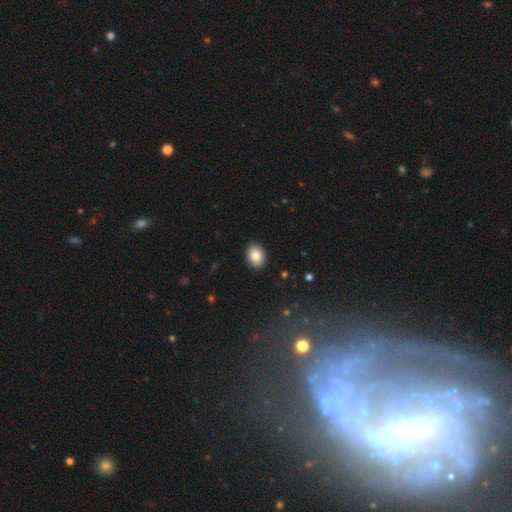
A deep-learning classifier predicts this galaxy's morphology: Smooth or featured?
  - smooth: 83% *
  - featured or disk: 9%
  - star or artifact: 8%
How rounded?
  - in between: 71% *
  - round: 28%
  - cigar-shaped: 1%
Merging?
  - none: 91% *
  - minor disturbance: 7%
  - major disturbance: 2%
  - merger: 1%